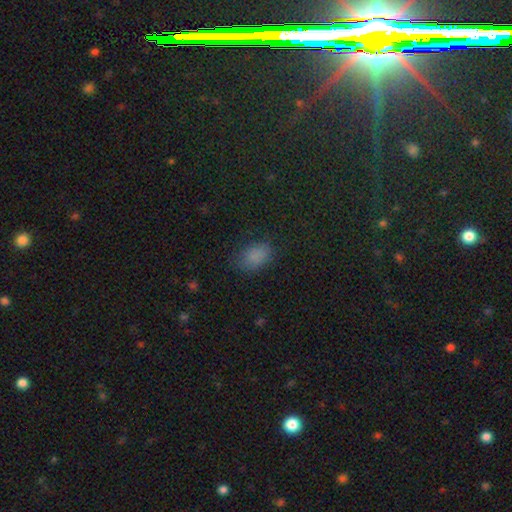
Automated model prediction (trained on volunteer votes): This appears to be a smooth galaxy with no disk features (83%) that is in between round and cigar-shaped (87%). Merging: none (74%).